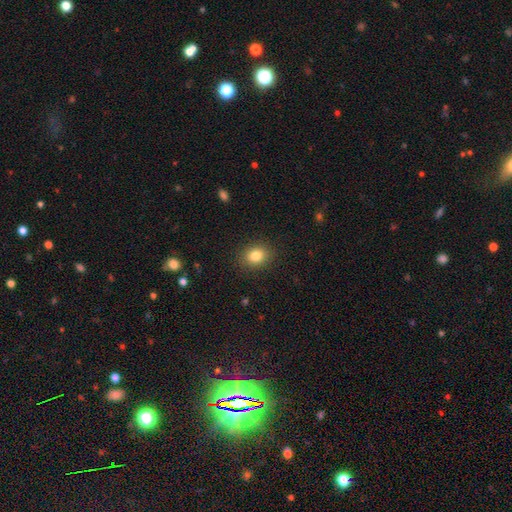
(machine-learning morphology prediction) Smooth or featured: smooth — 83% (star or artifact — 10%)
How rounded: round — 51% (in between — 48%)
Merging: none — 88% (minor disturbance — 8%)